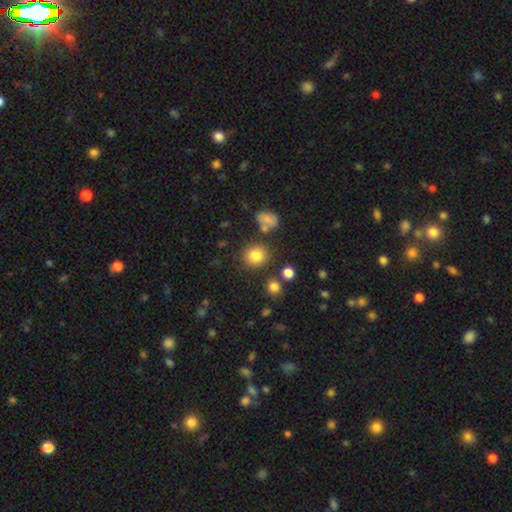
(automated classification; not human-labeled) A smooth galaxy with no disk features (82%) that is round (84%).

Vote fractions:
- Smooth or featured? smooth: 82% / star or artifact: 12% / featured or disk: 6%
- How rounded? round: 84% / in between: 15% / cigar-shaped: 1%
- Merging? none: 81% / minor disturbance: 9% / merger: 6% / major disturbance: 4%